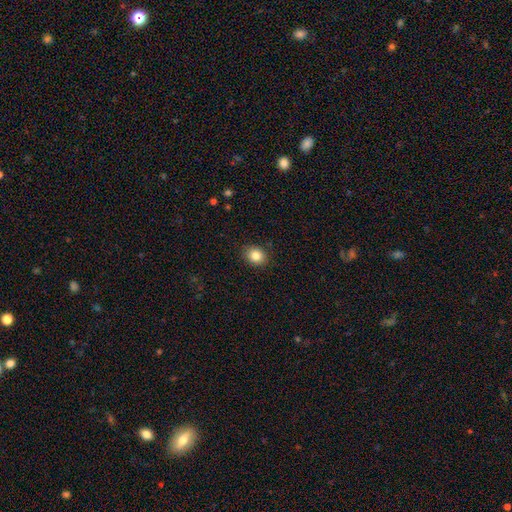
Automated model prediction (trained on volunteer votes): This appears to be a smooth galaxy with no disk features (84%) that is round (57%). Merging: none (89%).